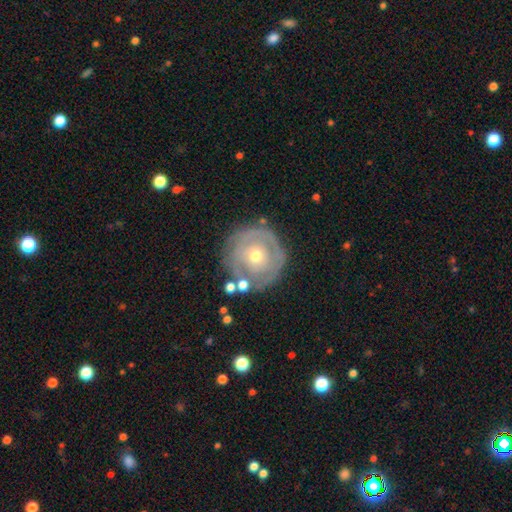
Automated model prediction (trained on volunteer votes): Smooth or featured?
  - featured or disk: 61% *
  - smooth: 32%
  - star or artifact: 7%
Edge-on disk?
  - no: 96% *
  - yes: 4%
Bar?
  - no: 87% *
  - weak: 10%
  - strong: 3%
Spiral arms?
  - no: 52% *
  - yes: 48%
Bulge size?
  - moderate: 58% *
  - small: 36%
  - large: 3%
  - none: 1%
  - dominant: 1%
Merging?
  - none: 69% *
  - minor disturbance: 17%
  - major disturbance: 7%
  - merger: 6%